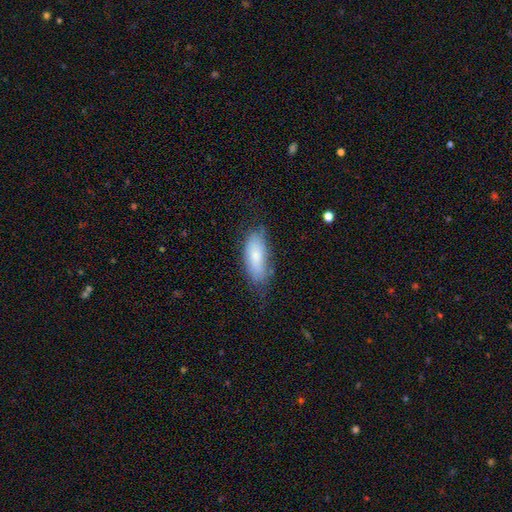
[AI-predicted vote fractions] smooth 75%, featured or disk 18%, star or artifact 7%. Down the decision tree: how rounded — in between (79%); merging — none (58%).